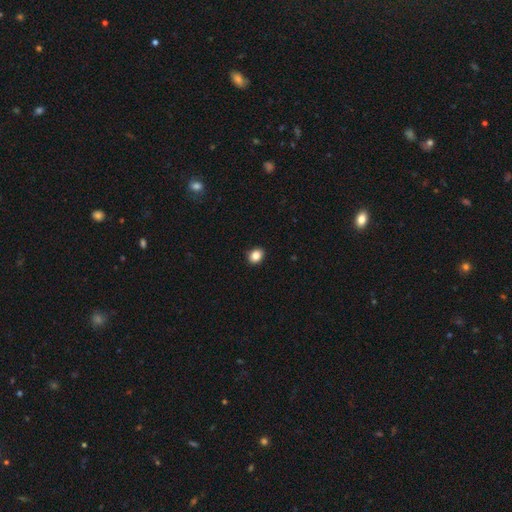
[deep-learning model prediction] Overall: smooth (85%). How rounded: round (50%; in between 49%). Merging: none (91%).